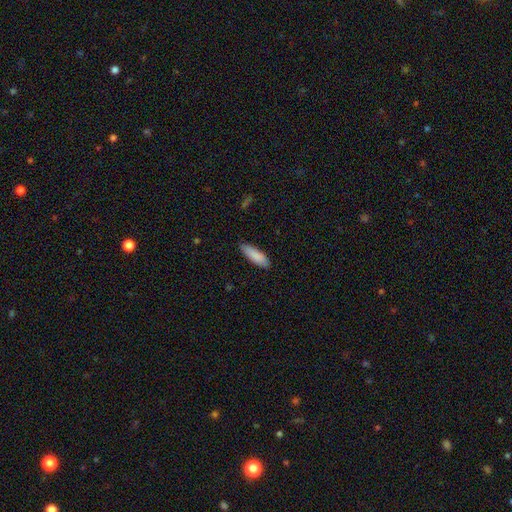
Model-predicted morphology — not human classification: Smooth or featured?
  - smooth: 88% *
  - featured or disk: 6%
  - star or artifact: 5%
How rounded?
  - in between: 50% *
  - cigar-shaped: 48%
  - round: 1%
Merging?
  - none: 85% *
  - minor disturbance: 12%
  - major disturbance: 2%
  - merger: 1%